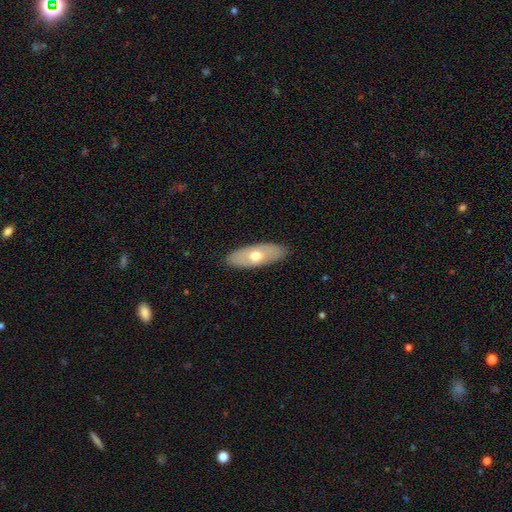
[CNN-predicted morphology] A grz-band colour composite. It shows a smooth galaxy with no disk features (57%) that is in between round and cigar-shaped (75%). Merging: none (87%).